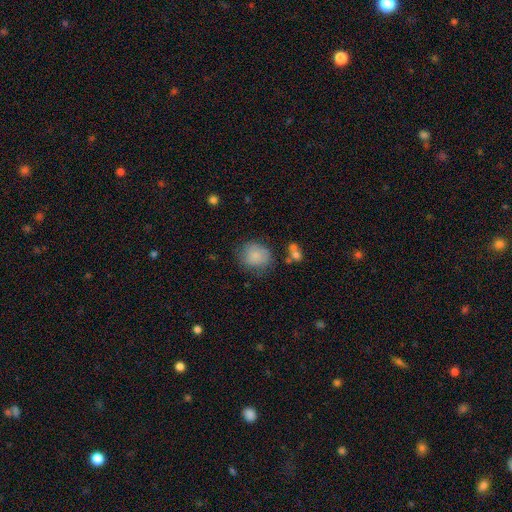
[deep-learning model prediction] A smooth galaxy with no disk features (82%) that is round (74%). Merging: none (66%).